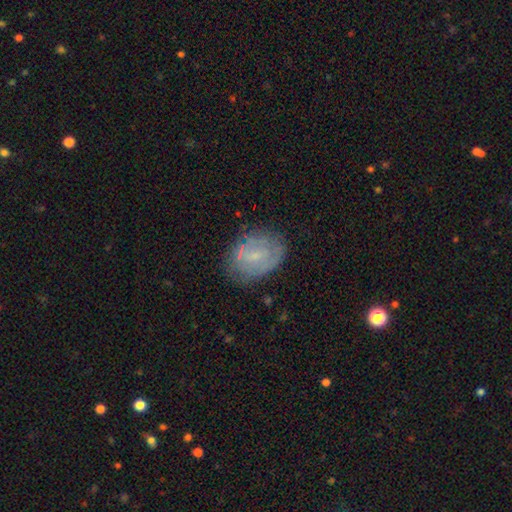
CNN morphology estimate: The model was most divided on "smooth or featured": featured or disk: 52%, smooth: 39%, star or artifact: 10%. More confident: edge-on disk — no (96%); merging — none (70%).